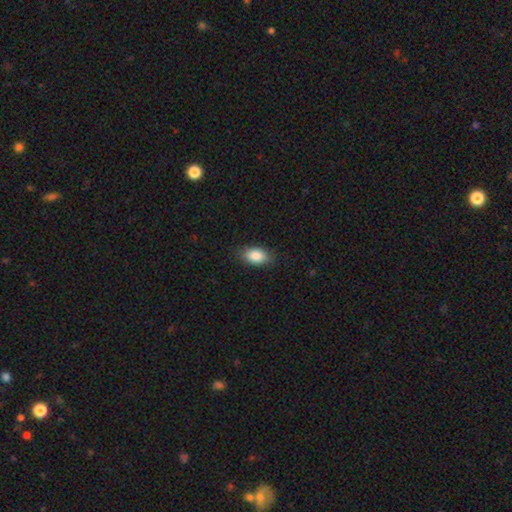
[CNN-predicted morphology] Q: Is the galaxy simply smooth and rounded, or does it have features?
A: smooth — 87%.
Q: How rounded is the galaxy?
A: in between — 90%.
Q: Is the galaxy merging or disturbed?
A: none — 84%.